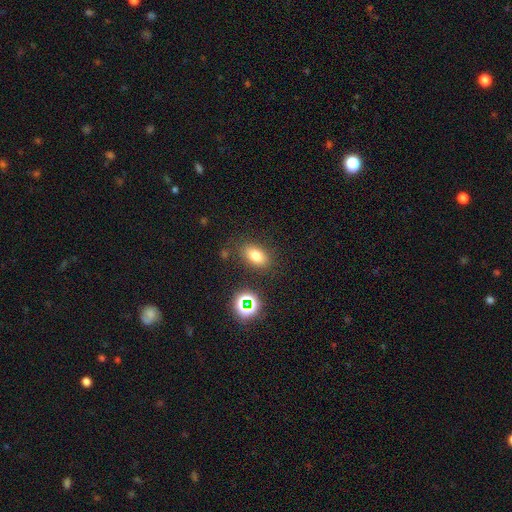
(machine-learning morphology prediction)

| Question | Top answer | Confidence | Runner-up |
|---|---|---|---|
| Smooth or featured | smooth | 74% | star or artifact (16%) |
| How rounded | in between | 83% | round (14%) |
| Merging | none | 82% | minor disturbance (11%) |